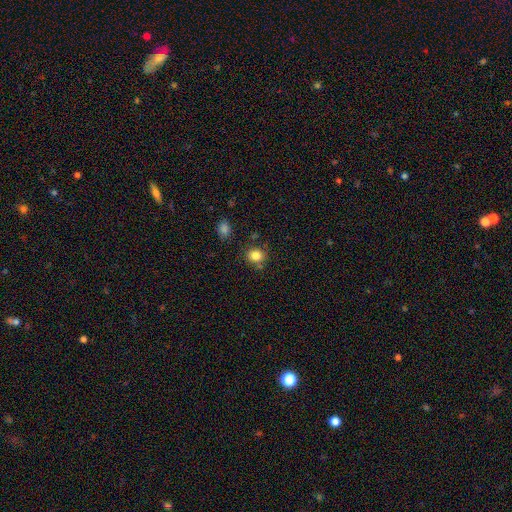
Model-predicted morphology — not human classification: Smooth or featured: smooth — 83% (star or artifact — 11%)
How rounded: round — 76% (in between — 23%)
Merging: none — 77% (minor disturbance — 13%)